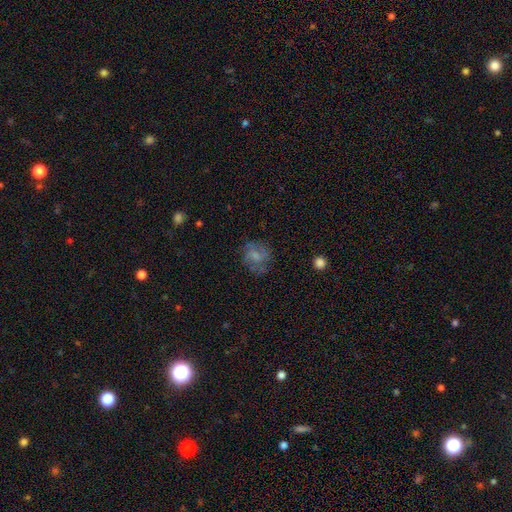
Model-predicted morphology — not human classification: Smooth or featured: featured or disk — 51% (smooth — 38%)
Edge-on disk: no — 98% (yes — 2%)
Bar: no — 53% (weak — 40%)
Spiral arms: yes — 77% (no — 23%)
Bulge size: none — 37% (small — 30%)
Merging: none — 67% (minor disturbance — 19%)